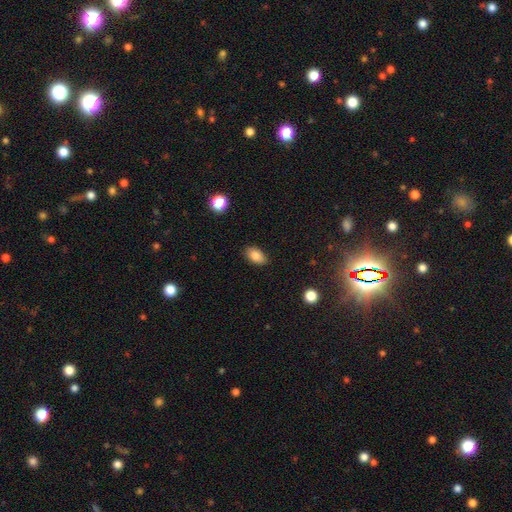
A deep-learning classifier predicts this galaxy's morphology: A smooth galaxy with no disk features (84%) that is in between round and cigar-shaped (91%). Merging: none (87%).